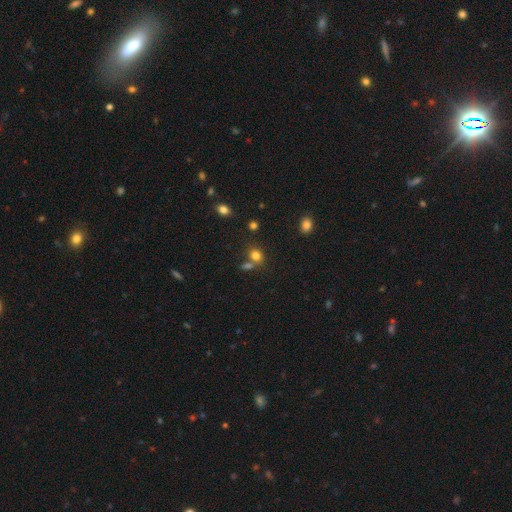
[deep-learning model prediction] Smooth or featured? smooth (79%)
How rounded? in between (50%)
Merging? none (56%)